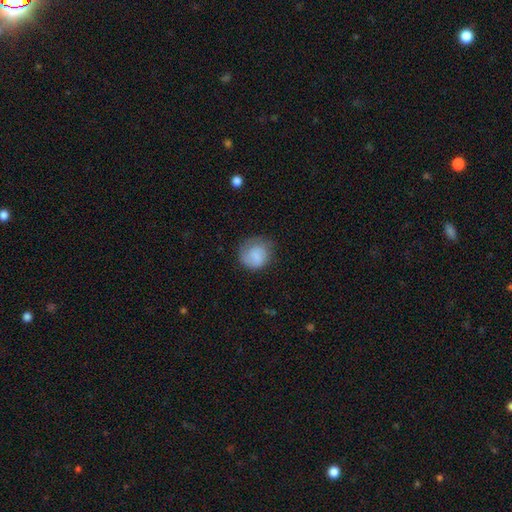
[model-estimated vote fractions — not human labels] This appears to be a smooth galaxy with no disk features (77%) that is round (82%). Merging: none (62%).